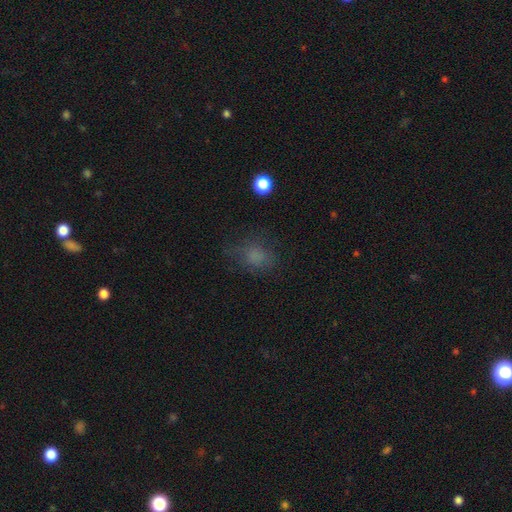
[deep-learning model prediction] Morphology: type=smooth (70%); roundness=round (51%); merging=none (64%).